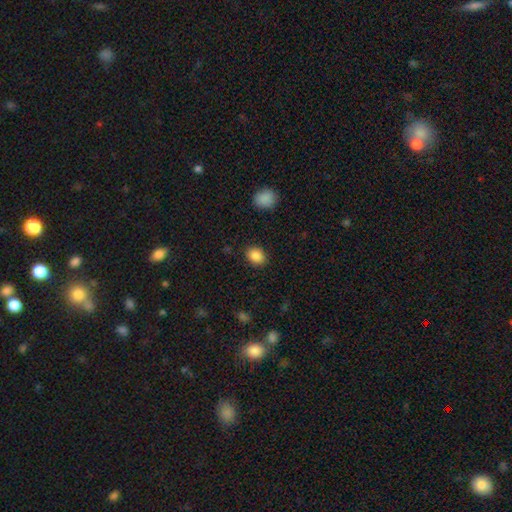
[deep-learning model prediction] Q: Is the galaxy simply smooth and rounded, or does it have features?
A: smooth — 88%.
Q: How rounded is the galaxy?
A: in between — 59%.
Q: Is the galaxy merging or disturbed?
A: none — 87%.